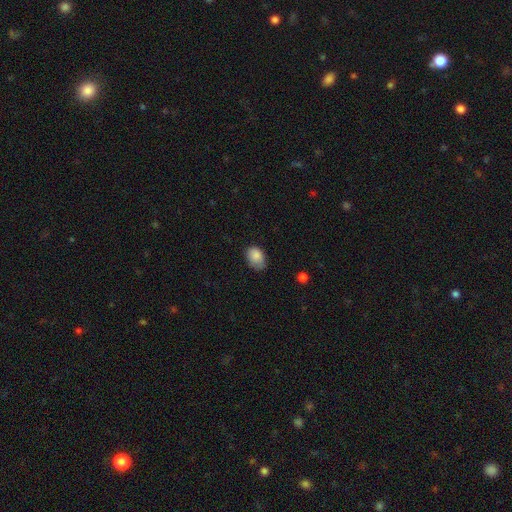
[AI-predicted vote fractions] A smooth galaxy with no disk features (86%) that is in between round and cigar-shaped (78%). Merging: none (61%).